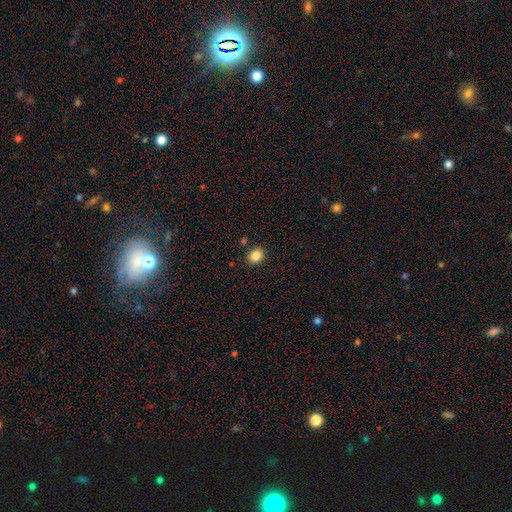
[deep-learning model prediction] The model was most divided on "how rounded": round: 54%, in between: 45%, cigar-shaped: 1%. More confident: merging — none (87%); smooth or featured — smooth (86%).